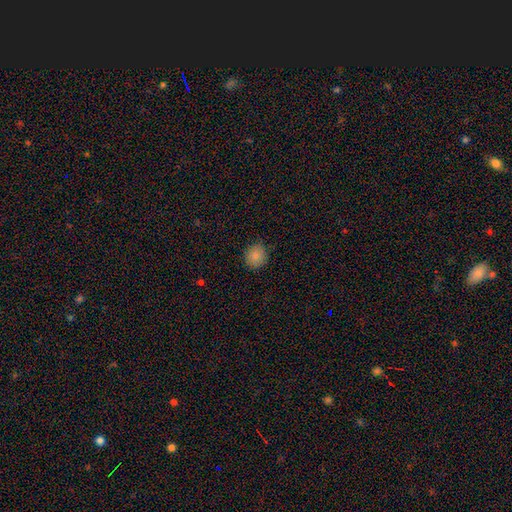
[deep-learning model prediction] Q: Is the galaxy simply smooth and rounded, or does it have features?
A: smooth — 86%.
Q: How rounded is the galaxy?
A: round — 84%.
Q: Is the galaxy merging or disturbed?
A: none — 88%.